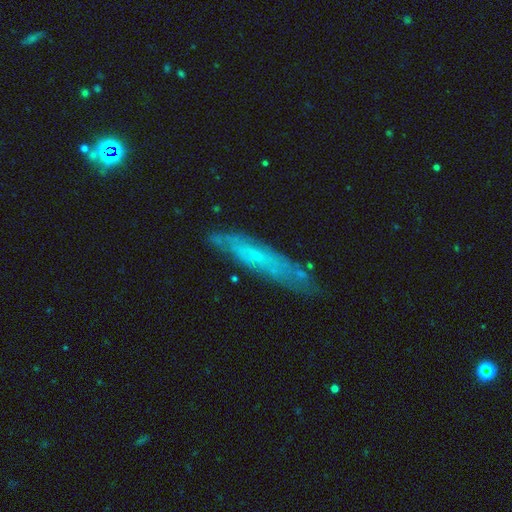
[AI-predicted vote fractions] Smooth or featured? featured or disk (61%)
Edge-on disk? yes (53%)
Merging? none (74%)